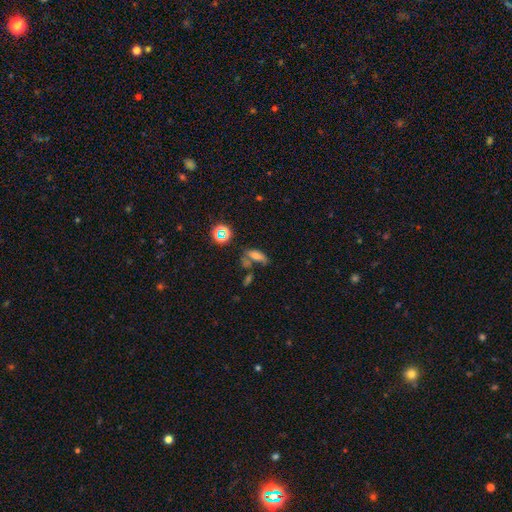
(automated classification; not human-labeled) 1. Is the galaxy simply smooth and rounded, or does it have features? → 60% smooth, 21% star or artifact, 19% featured or disk.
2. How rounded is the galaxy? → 72% in between, 19% cigar-shaped, 8% round.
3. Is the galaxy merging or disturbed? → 41% none, 27% merger, 19% minor disturbance, 13% major disturbance.